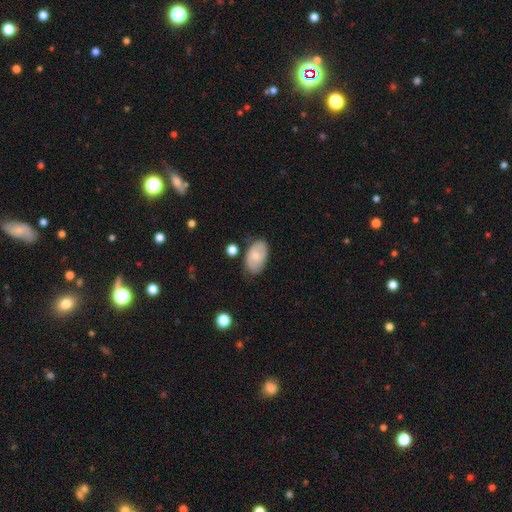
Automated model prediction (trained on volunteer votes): This appears to be a smooth galaxy with no disk features (67%) that is in between round and cigar-shaped (92%). Merging: none (69%).